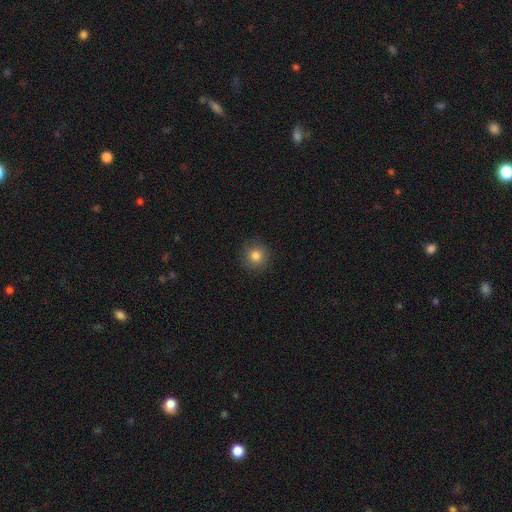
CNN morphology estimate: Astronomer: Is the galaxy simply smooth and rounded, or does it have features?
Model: smooth — 82%.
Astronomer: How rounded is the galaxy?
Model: round — 94%.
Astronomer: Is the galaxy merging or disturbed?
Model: none — 90%.